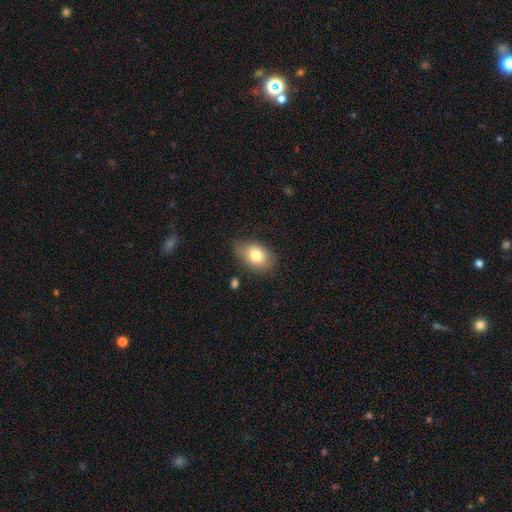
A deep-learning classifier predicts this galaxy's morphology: Smooth or featured?
  - smooth: 77% *
  - featured or disk: 15%
  - star or artifact: 9%
How rounded?
  - in between: 81% *
  - round: 17%
  - cigar-shaped: 1%
Merging?
  - none: 70% *
  - minor disturbance: 23%
  - major disturbance: 5%
  - merger: 2%